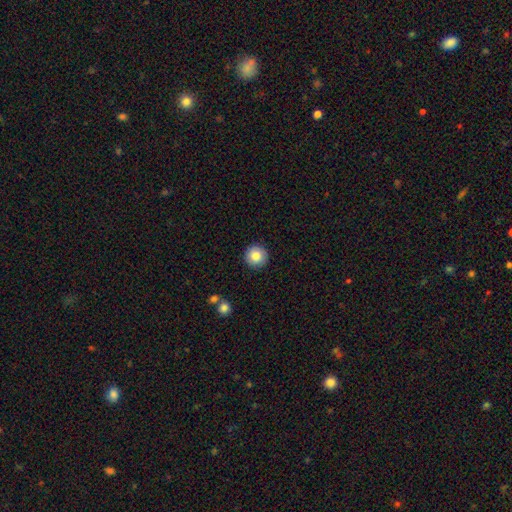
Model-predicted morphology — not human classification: Smooth or featured: smooth — 84% (star or artifact — 9%)
How rounded: round — 96% (in between — 3%)
Merging: none — 92% (minor disturbance — 5%)